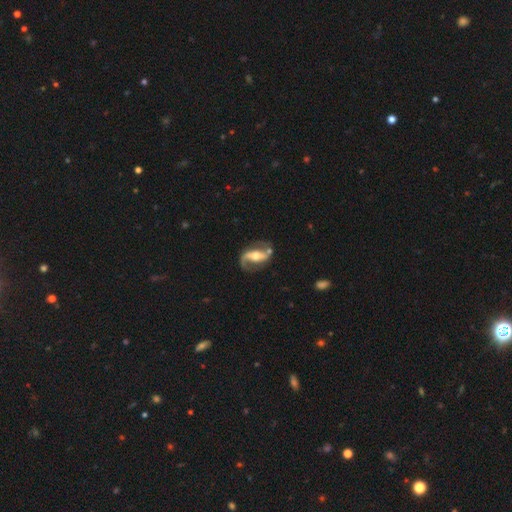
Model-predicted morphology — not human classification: The model was most divided on "spiral winding": loose: 48%, medium: 40%, tight: 12%. Remaining: edge-on disk — no (95%); spiral arms — yes (94%); smooth or featured — featured or disk (88%); spiral arm count — 2 (86%); merging — none (72%); bulge size — moderate (65%); bar — strong (49%).